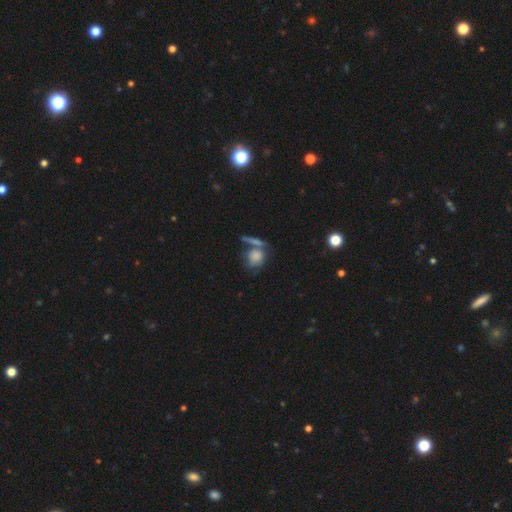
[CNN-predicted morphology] Smooth or featured?
  - smooth: 73% *
  - featured or disk: 18%
  - star or artifact: 9%
How rounded?
  - round: 58% *
  - in between: 37%
  - cigar-shaped: 5%
Merging?
  - none: 41% *
  - merger: 35%
  - minor disturbance: 15%
  - major disturbance: 9%